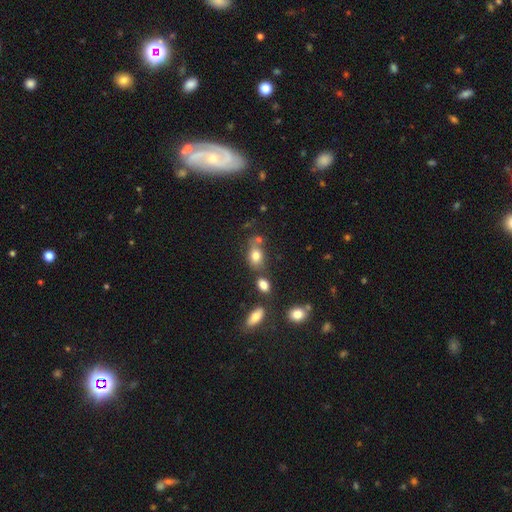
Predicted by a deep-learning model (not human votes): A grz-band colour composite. It shows a smooth galaxy with no disk features (78%) that is in between round and cigar-shaped (75%). Merging: none (56%).